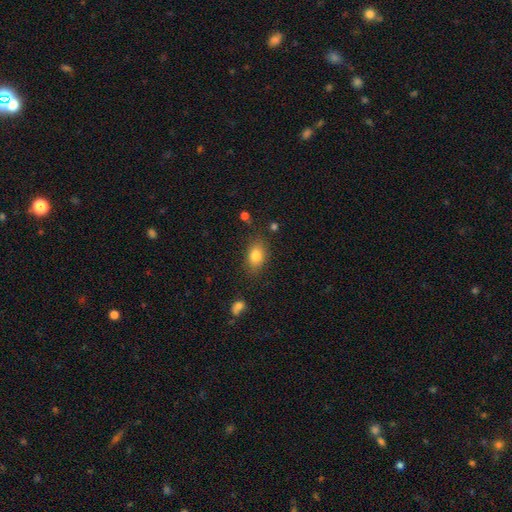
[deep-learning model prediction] A smooth galaxy with no disk features (81%) that is in between round and cigar-shaped (81%). Merging: none (80%).